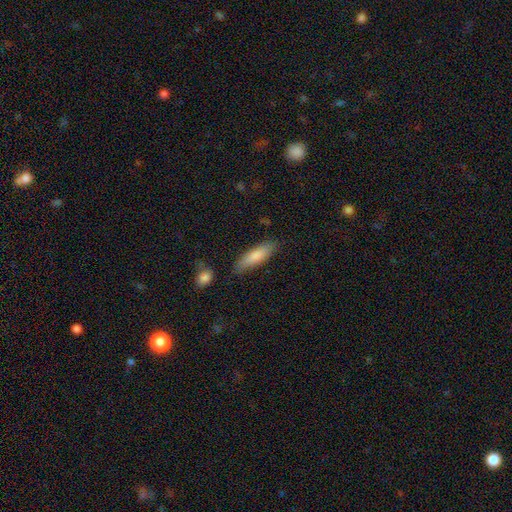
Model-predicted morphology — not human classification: type=smooth (80%); roundness=cigar-shaped (62%); merging=none (79%).